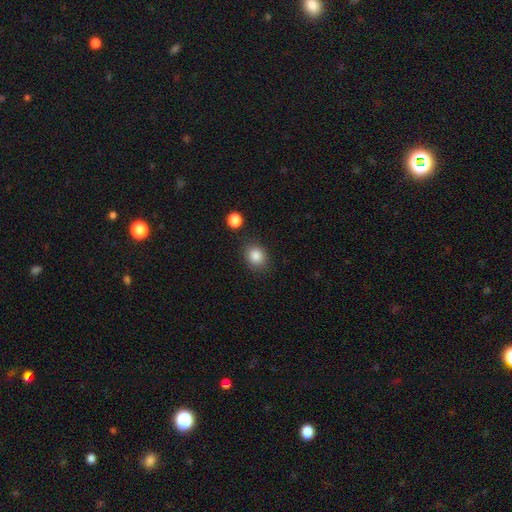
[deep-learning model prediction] Smooth or featured: smooth — 85% (star or artifact — 9%)
How rounded: round — 60% (in between — 39%)
Merging: none — 83% (minor disturbance — 11%)